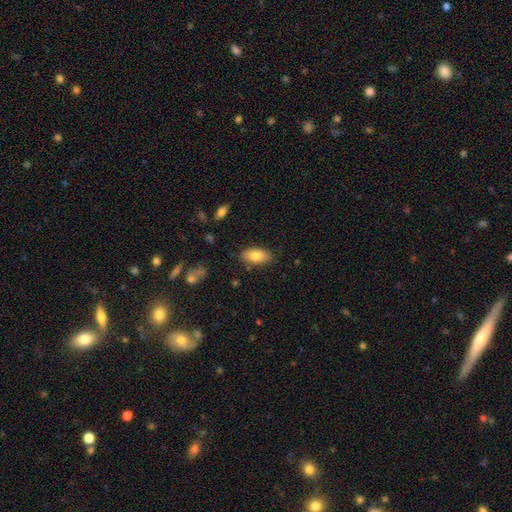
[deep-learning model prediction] Smooth or featured: smooth — 80% (featured or disk — 13%)
How rounded: in between — 91% (cigar-shaped — 5%)
Merging: none — 83% (minor disturbance — 13%)